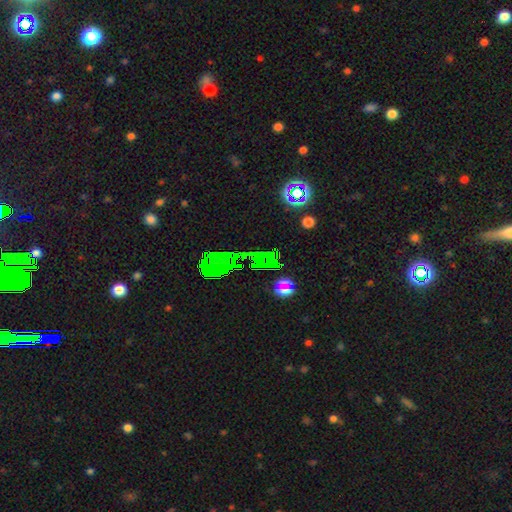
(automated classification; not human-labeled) Q: Smooth or featured?
A: star or artifact (72%); runner-up: featured or disk (14%)